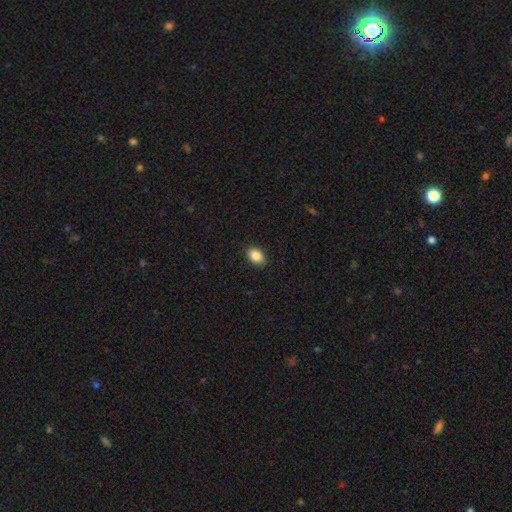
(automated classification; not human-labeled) A smooth galaxy with no disk features (86%) that is in between round and cigar-shaped (79%). Merging: none (89%).